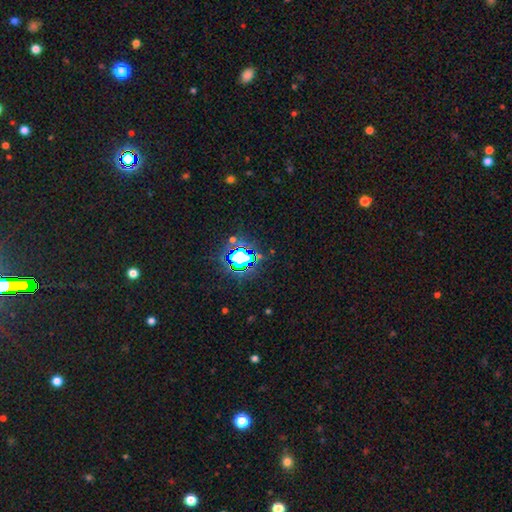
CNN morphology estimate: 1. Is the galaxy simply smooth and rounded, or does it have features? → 79% star or artifact, 13% smooth, 8% featured or disk.